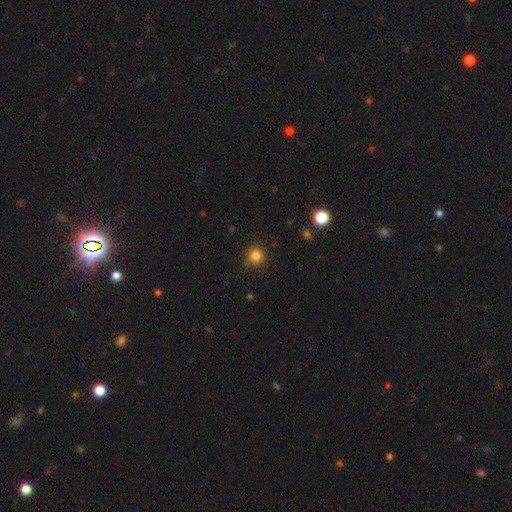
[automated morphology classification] A smooth galaxy with no disk features (82%) that is round (94%). Merging: none (85%).